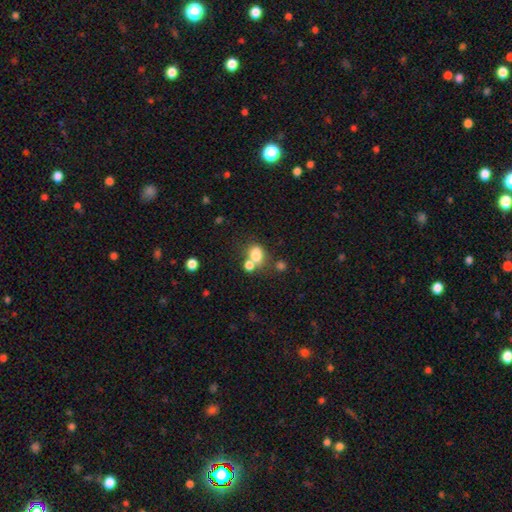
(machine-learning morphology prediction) A smooth galaxy with no disk features (77%) that is in between round and cigar-shaped (62%). Merging: none (42%).